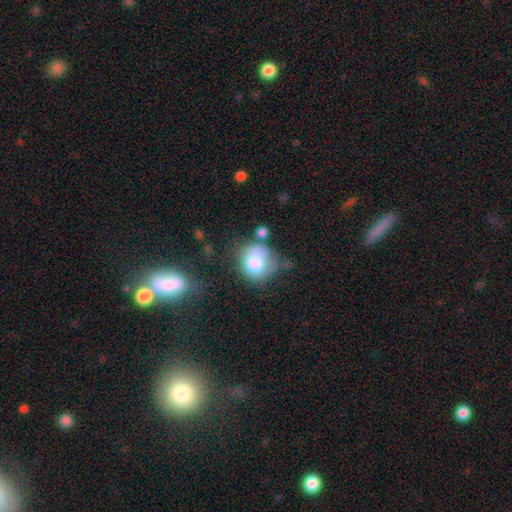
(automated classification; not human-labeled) Overall: smooth (78%). How rounded: round (80%). Merging: none (43%; minor disturbance 28%).